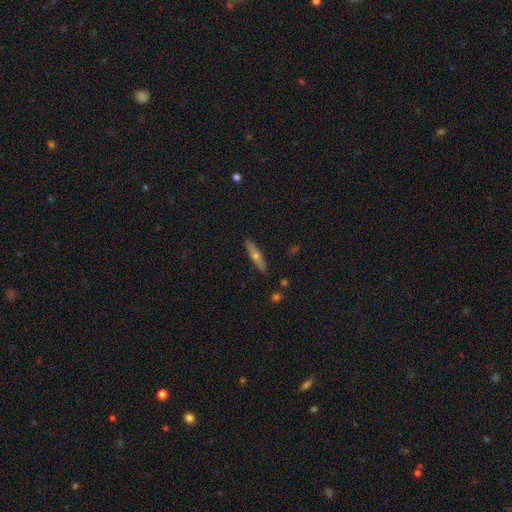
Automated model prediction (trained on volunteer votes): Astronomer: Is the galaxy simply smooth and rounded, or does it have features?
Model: featured or disk — 49% (runner-up: smooth, 45%).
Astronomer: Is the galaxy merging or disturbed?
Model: none — 90%.